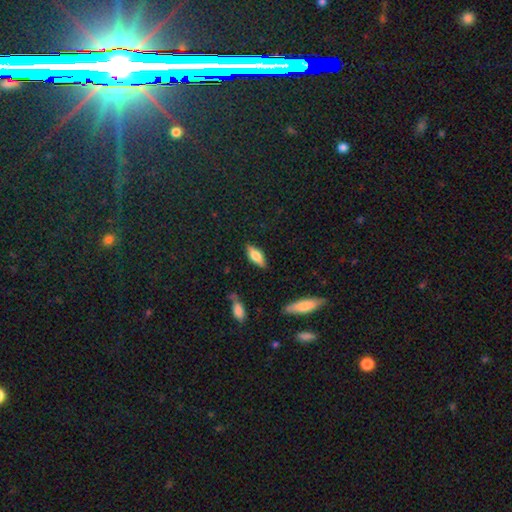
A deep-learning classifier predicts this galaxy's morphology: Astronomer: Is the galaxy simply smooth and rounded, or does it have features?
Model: smooth — 60%.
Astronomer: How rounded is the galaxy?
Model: in between — 66%.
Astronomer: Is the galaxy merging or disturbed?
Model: none — 83%.